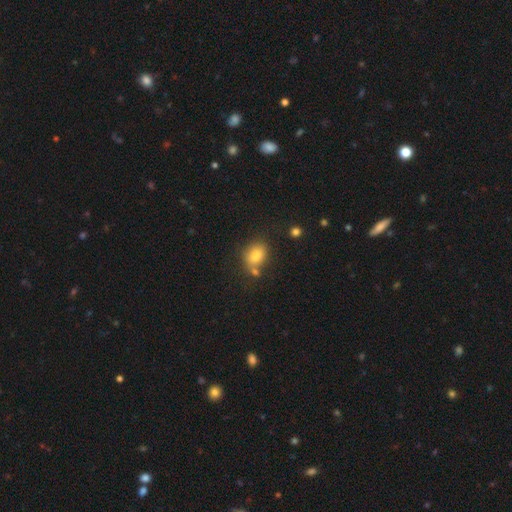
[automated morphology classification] A smooth galaxy with no disk features (82%) that is in between round and cigar-shaped (71%). Merging: none (61%).